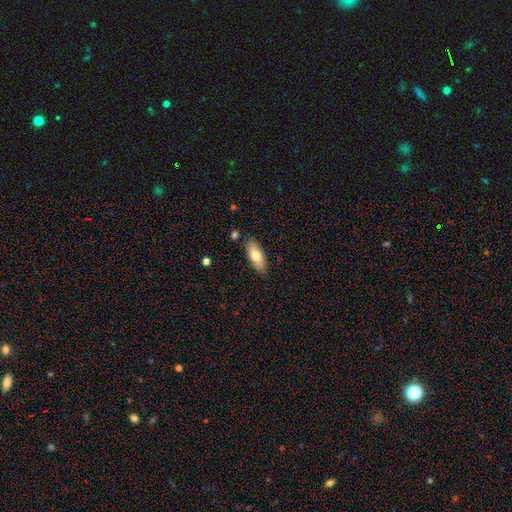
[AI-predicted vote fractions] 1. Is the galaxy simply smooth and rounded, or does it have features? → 74% smooth, 20% featured or disk, 6% star or artifact.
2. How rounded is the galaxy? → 80% in between, 18% cigar-shaped, 2% round.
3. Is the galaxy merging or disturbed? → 85% none, 11% minor disturbance, 2% merger, 2% major disturbance.